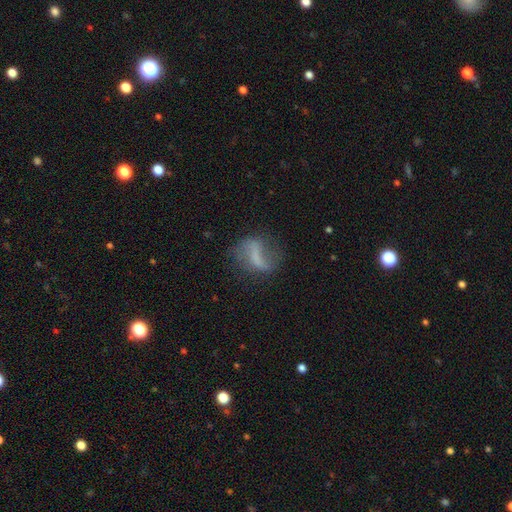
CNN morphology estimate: A featured or disk galaxy (62%) with a strong bar (40%), spiral arms (72%) and no central bulge (61%).

Vote fractions:
- Smooth or featured? featured or disk: 62% / smooth: 28% / star or artifact: 10%
- Edge-on disk? no: 95% / yes: 5%
- Bar? strong: 40% / weak: 35% / no: 25%
- Spiral arms? yes: 72% / no: 28%
- Bulge size? none: 61% / small: 22% / moderate: 11% / large: 4% / dominant: 2%
- Merging? none: 55% / minor disturbance: 22% / major disturbance: 19% / merger: 3%